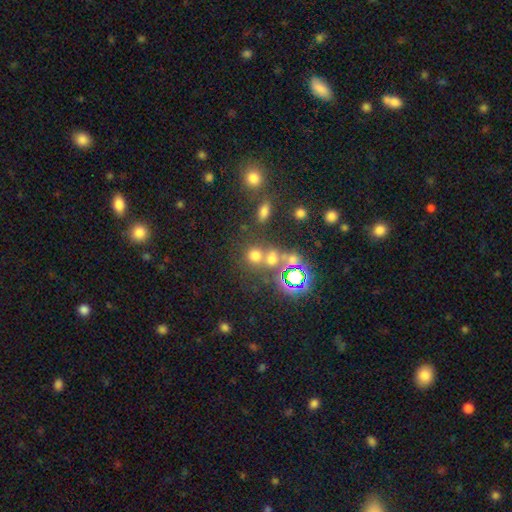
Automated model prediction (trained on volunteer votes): Overall: smooth (61%; star or artifact 29%). How rounded: round (84%). Merging: none (58%; merger 28%).